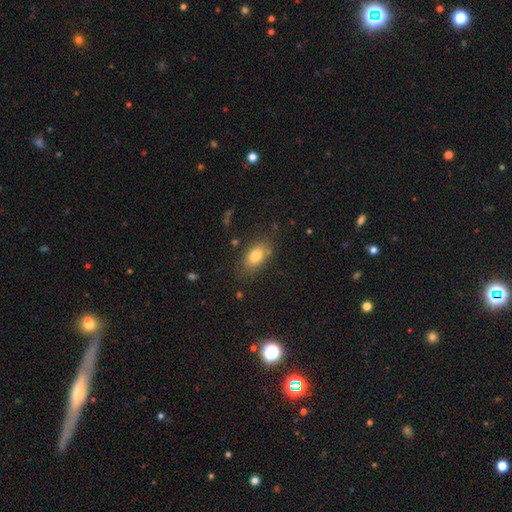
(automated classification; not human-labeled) This appears to be a smooth galaxy with no disk features (80%) that is in between round and cigar-shaped (86%). Merging: none (79%).